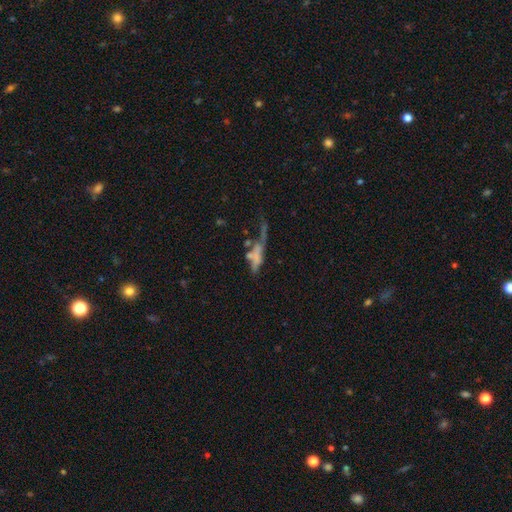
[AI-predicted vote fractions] This is possibly a smooth galaxy (46%). Merging: marginally major disturbance (33%).